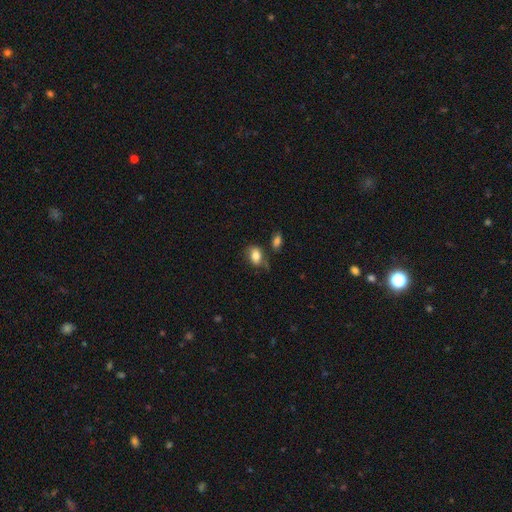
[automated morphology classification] Smooth or featured? Predicted: smooth (p=0.80). How rounded? Predicted: in between (p=0.76). Merging? Predicted: none (p=0.50).